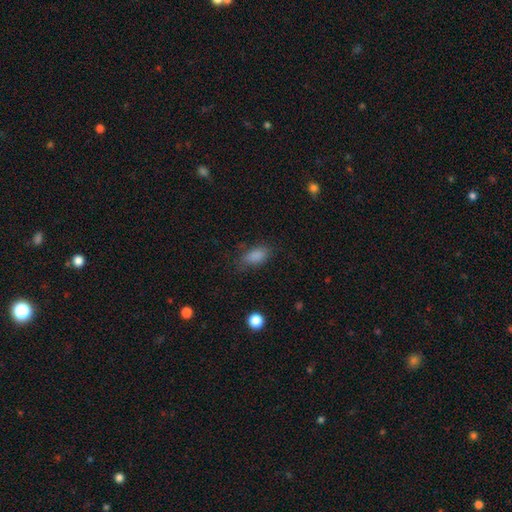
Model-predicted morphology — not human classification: smooth_or_featured: smooth (p=0.85) [alt: star or artifact p=0.10]
how_rounded: in between (p=0.88) [alt: round p=0.07]
merging: none (p=0.71) [alt: minor disturbance p=0.20]